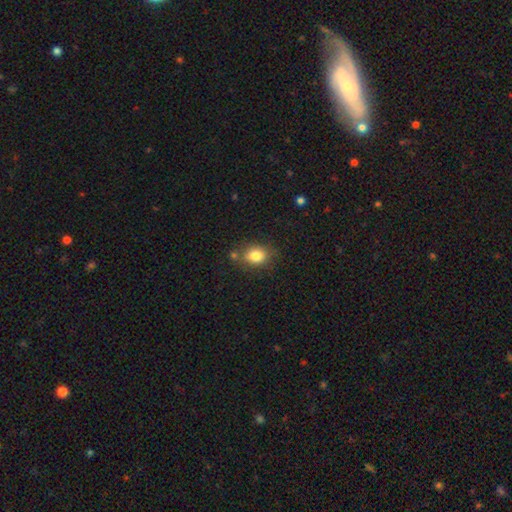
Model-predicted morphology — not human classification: Smooth or featured? Predicted: smooth (p=0.81). How rounded? Predicted: in between (p=0.56). Merging? Predicted: none (p=0.70).